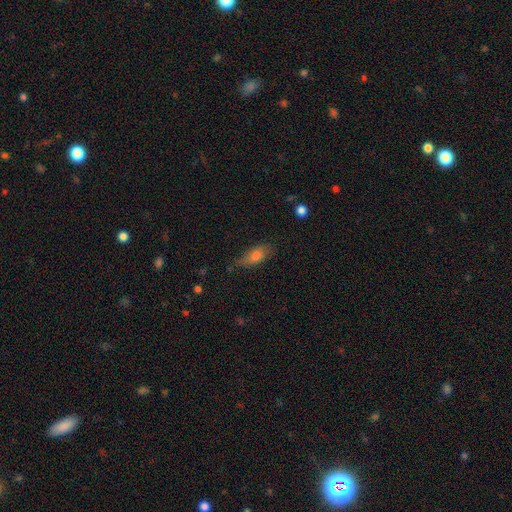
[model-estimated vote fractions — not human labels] This is likely a smooth galaxy (71%). How rounded: likely in between (72%). Merging: likely none (65%).